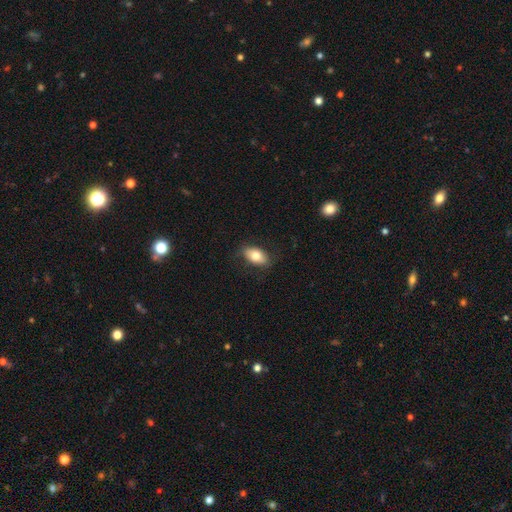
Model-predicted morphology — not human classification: Q: Smooth or featured?
A: smooth (76%); runner-up: featured or disk (17%)
Q: How rounded?
A: in between (91%); runner-up: round (7%)
Q: Merging?
A: none (81%); runner-up: minor disturbance (14%)